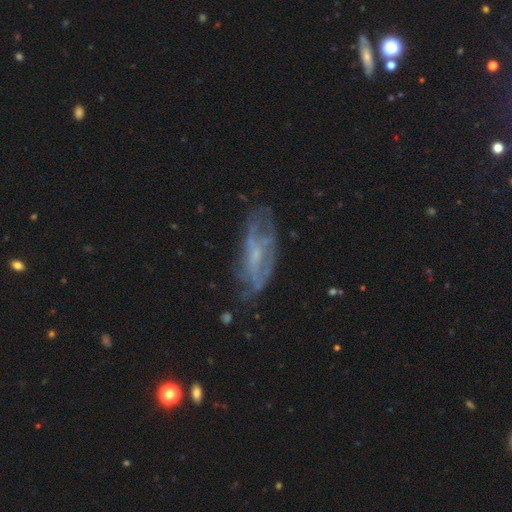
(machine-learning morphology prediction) A featured or disk galaxy (66%) with no bar (57%), spiral arms (54%) and a small central bulge (49%).

Vote fractions:
- Smooth or featured? featured or disk: 66% / smooth: 24% / star or artifact: 11%
- Edge-on disk? no: 84% / yes: 16%
- Bar? no: 57% / weak: 34% / strong: 9%
- Spiral arms? yes: 54% / no: 46%
- Bulge size? small: 49% / none: 29% / moderate: 20% / large: 2% / dominant: 1%
- Merging? none: 58% / minor disturbance: 24% / major disturbance: 15% / merger: 3%